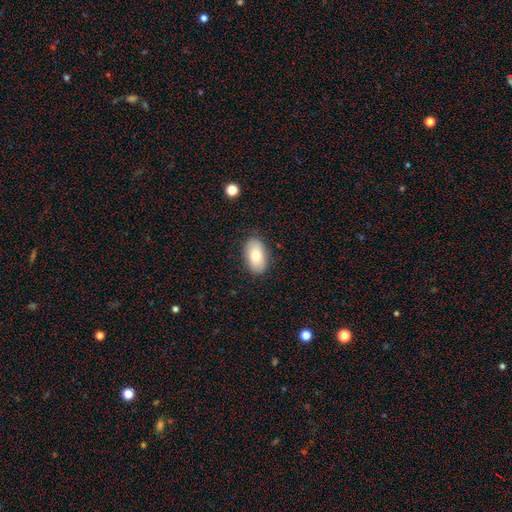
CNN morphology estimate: Smooth or featured?
  - smooth: 74% *
  - featured or disk: 19%
  - star or artifact: 8%
How rounded?
  - in between: 91% *
  - round: 7%
  - cigar-shaped: 2%
Merging?
  - none: 85% *
  - minor disturbance: 11%
  - major disturbance: 3%
  - merger: 1%